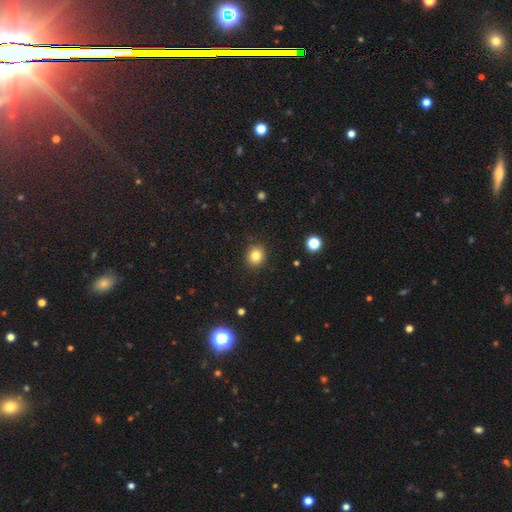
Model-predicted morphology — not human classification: type=smooth (83%); roundness=round (80%); merging=none (91%).